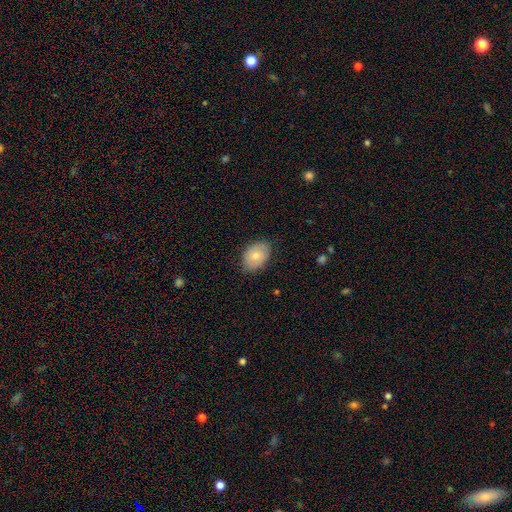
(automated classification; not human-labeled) A smooth galaxy with no disk features (75%) that is in between round and cigar-shaped (82%).

Vote fractions:
- Smooth or featured? smooth: 75% / featured or disk: 18% / star or artifact: 7%
- How rounded? in between: 82% / round: 17% / cigar-shaped: 1%
- Merging? none: 81% / minor disturbance: 15% / major disturbance: 3% / merger: 1%